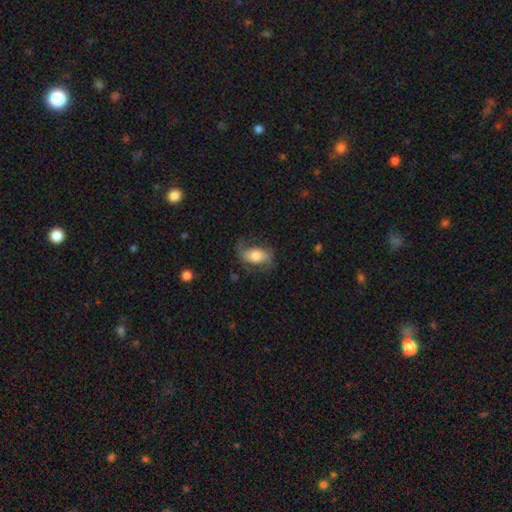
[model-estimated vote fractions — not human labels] Q: Smooth or featured?
A: featured or disk (50%); runner-up: smooth (43%)
Q: Merging?
A: none (62%); runner-up: minor disturbance (21%)